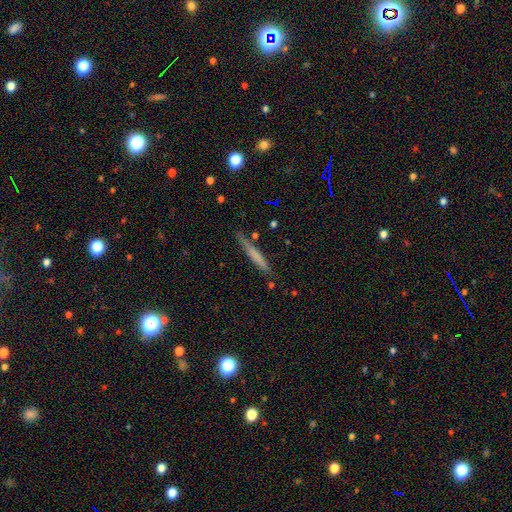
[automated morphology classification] Smooth or featured: smooth — 61% (featured or disk — 32%)
How rounded: cigar-shaped — 95% (in between — 3%)
Merging: none — 82% (minor disturbance — 13%)